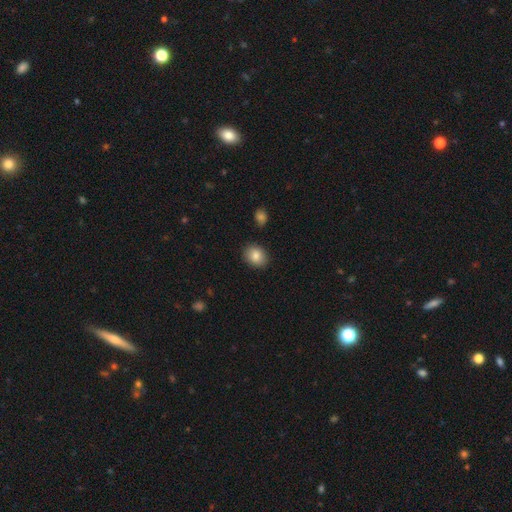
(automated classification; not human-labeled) smooth 85%, star or artifact 8%, featured or disk 7%. Down the decision tree: how rounded — in between (52%); merging — none (87%).